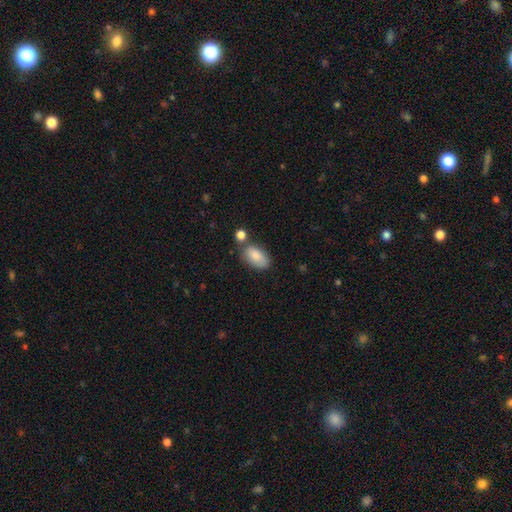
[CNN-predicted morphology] This appears to be a smooth galaxy with no disk features (85%) that is in between round and cigar-shaped (93%). Merging: none (61%).